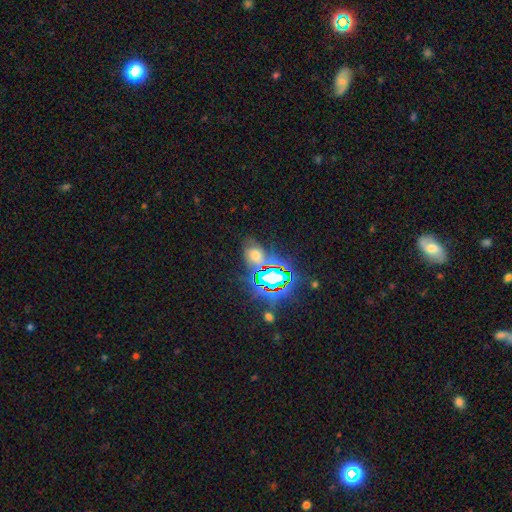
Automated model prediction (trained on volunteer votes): Smooth or featured?
  - star or artifact: 48% *
  - smooth: 37%
  - featured or disk: 14%